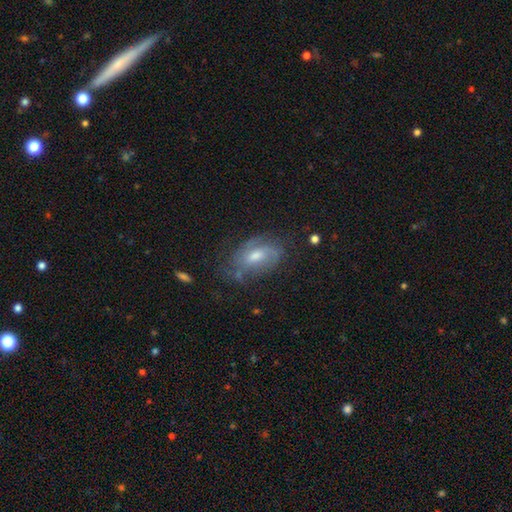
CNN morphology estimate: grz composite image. It shows a featured or disk galaxy (64%) with no bar (48%), spiral arms (81%) and a moderate central bulge (61%). Merging: none (58%).